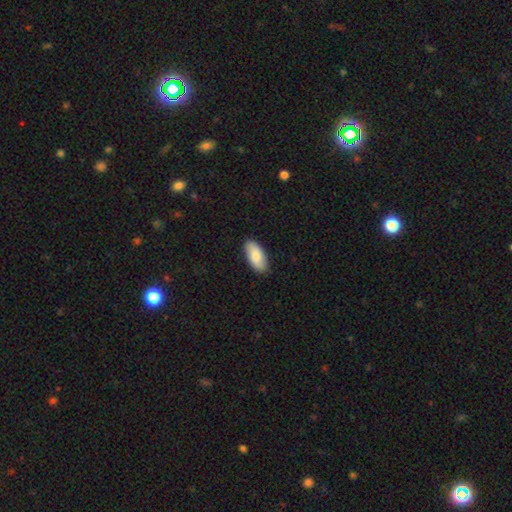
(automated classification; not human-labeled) This appears to be a smooth galaxy with no disk features (82%) that is in between round and cigar-shaped (92%). Merging: none (88%).